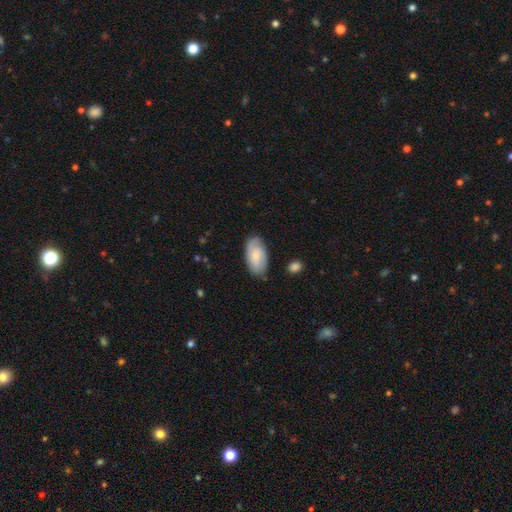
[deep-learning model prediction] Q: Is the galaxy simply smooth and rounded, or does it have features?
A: smooth — 64%.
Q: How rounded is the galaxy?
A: in between — 94%.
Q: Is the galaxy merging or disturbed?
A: none — 77%.